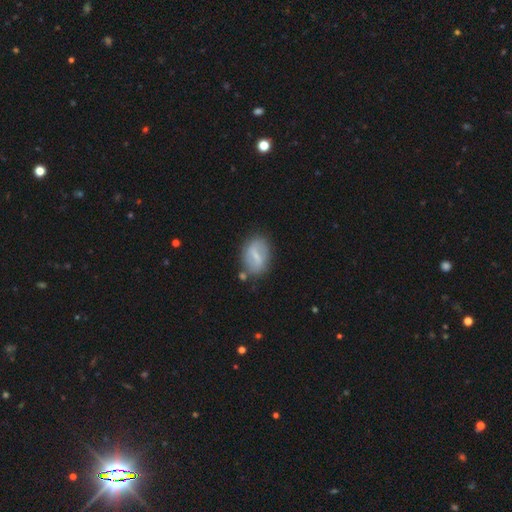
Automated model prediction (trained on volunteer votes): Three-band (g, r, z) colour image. It shows a featured or disk galaxy (48%). Merging: none (72%).